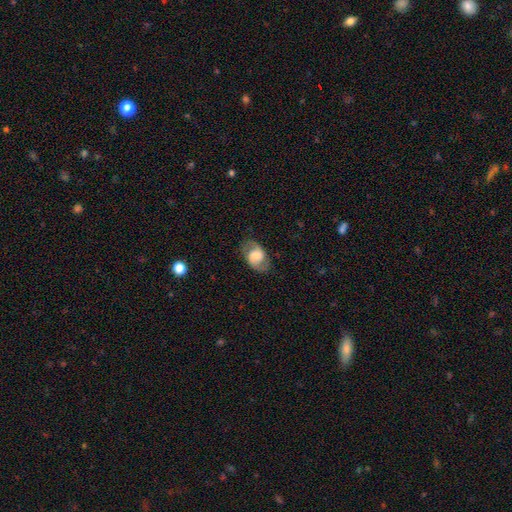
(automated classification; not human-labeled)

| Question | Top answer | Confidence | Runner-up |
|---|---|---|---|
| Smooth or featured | featured or disk | 65% | smooth (28%) |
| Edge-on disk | no | 96% | yes (4%) |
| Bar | no | 49% | weak (39%) |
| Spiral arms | yes | 87% | no (13%) |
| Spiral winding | medium | 51% | loose (28%) |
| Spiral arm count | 2 | 89% | can't tell (5%) |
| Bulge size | moderate | 42% | large (28%) |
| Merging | none | 79% | minor disturbance (14%) |